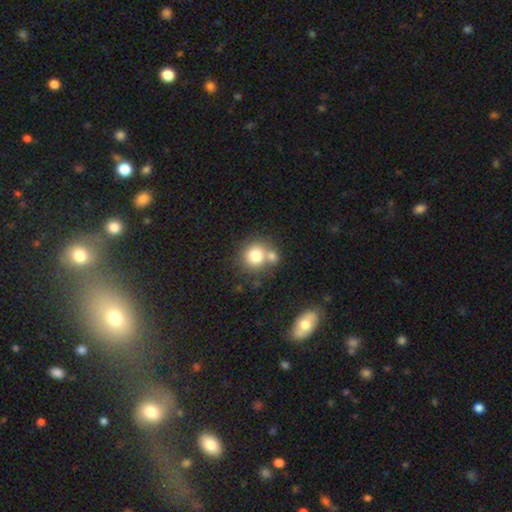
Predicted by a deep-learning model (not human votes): Morphology: type=smooth (77%); roundness=round (86%); merging=none (50%).